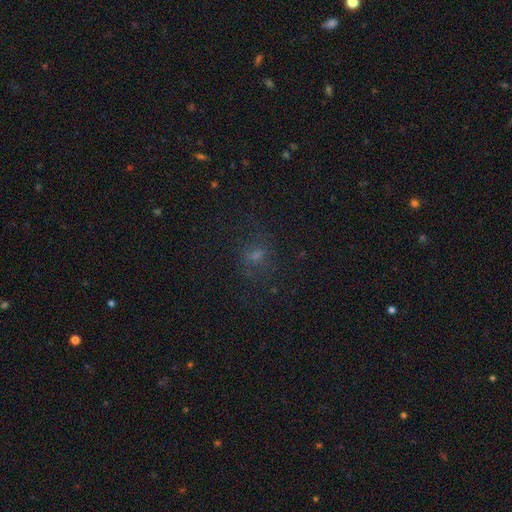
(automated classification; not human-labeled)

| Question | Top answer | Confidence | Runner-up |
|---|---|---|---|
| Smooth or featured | smooth | 51% | star or artifact (29%) |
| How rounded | round | 55% | in between (42%) |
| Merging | none | 67% | minor disturbance (17%) |